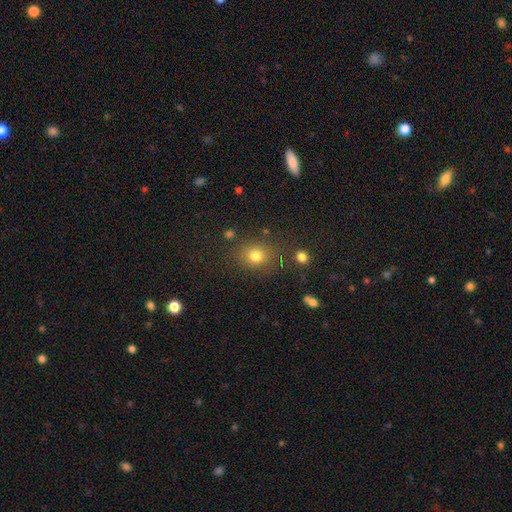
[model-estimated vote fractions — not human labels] A smooth galaxy with no disk features (78%) that is round (69%). Merging: none (79%).